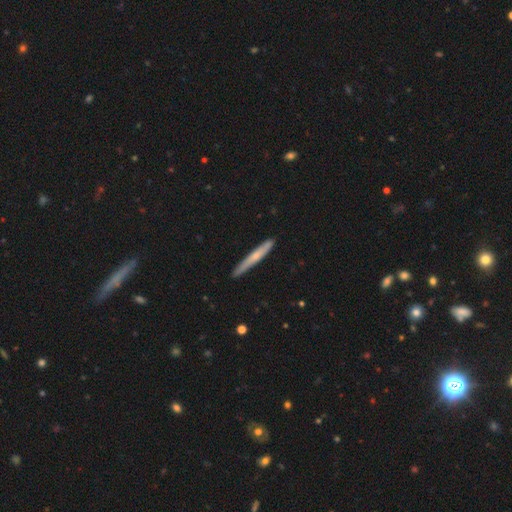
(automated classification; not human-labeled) smooth_or_featured: smooth (p=0.53) [alt: featured or disk p=0.41]
how_rounded: cigar-shaped (p=0.96) [alt: in between p=0.03]
merging: none (p=0.88) [alt: minor disturbance p=0.09]